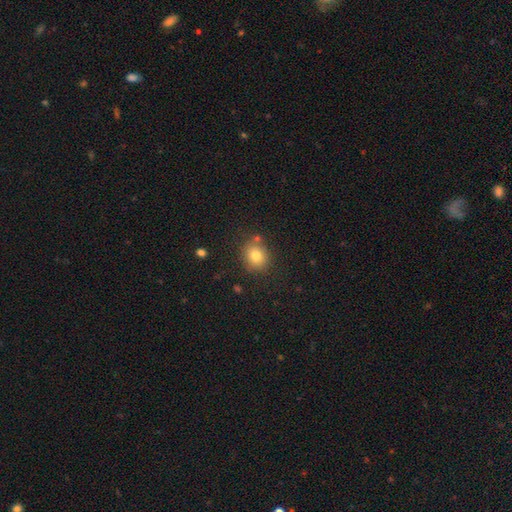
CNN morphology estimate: Smooth or featured? smooth (79%)
How rounded? round (73%)
Merging? none (78%)